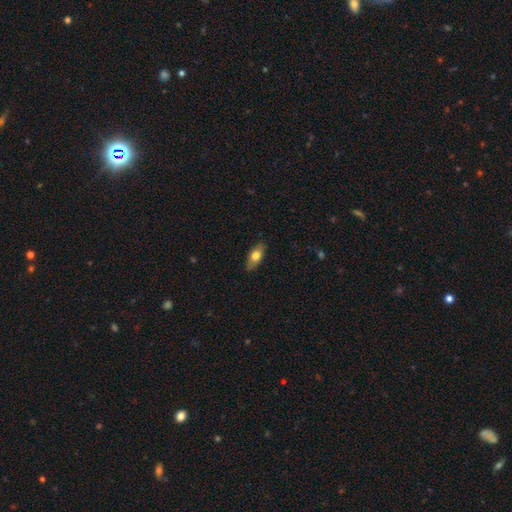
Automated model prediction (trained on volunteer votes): smooth 70%, featured or disk 24%, star or artifact 6%. Down the decision tree: how rounded — in between (82%); merging — none (86%).